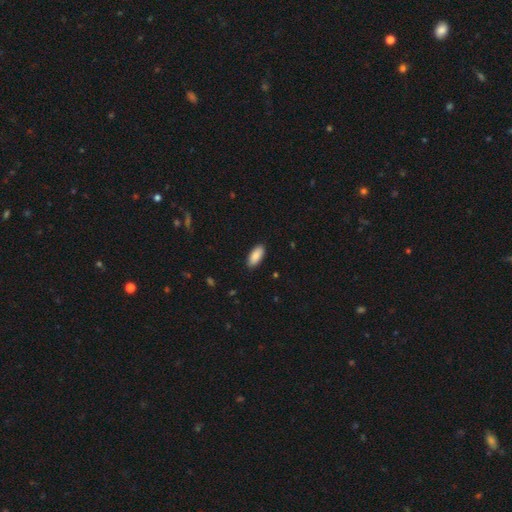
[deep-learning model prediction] A smooth galaxy with no disk features (89%) that is in between round and cigar-shaped (89%).

Vote fractions:
- Smooth or featured? smooth: 89% / star or artifact: 6% / featured or disk: 5%
- How rounded? in between: 89% / cigar-shaped: 9% / round: 2%
- Merging? none: 89% / minor disturbance: 8% / major disturbance: 2% / merger: 1%